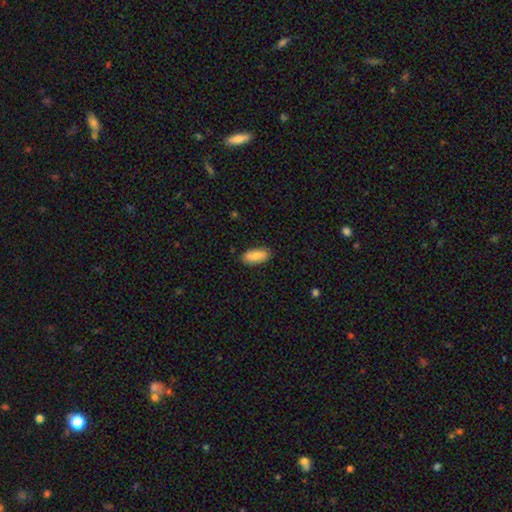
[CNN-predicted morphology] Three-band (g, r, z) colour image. It shows a smooth galaxy with no disk features (85%) that is in between round and cigar-shaped (86%). Merging: none (87%).